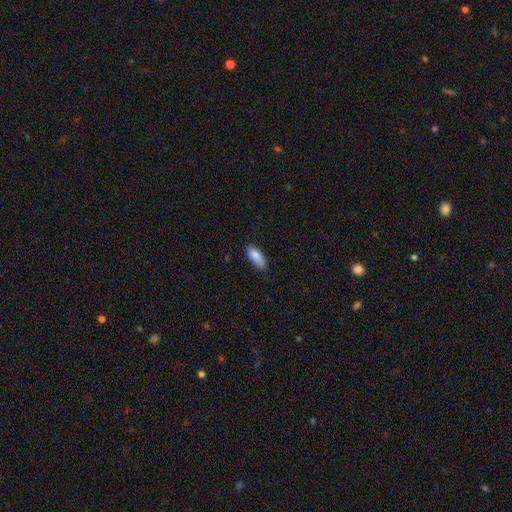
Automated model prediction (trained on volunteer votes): Smooth or featured? smooth (86%)
How rounded? in between (78%)
Merging? none (67%)